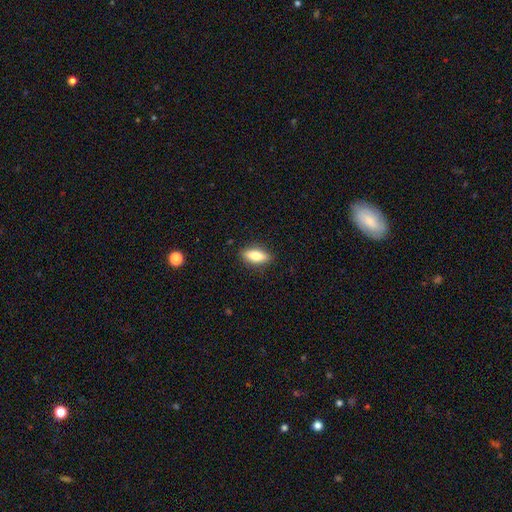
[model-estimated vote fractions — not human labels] smooth_or_featured: smooth (p=0.71) [alt: featured or disk p=0.22]
how_rounded: in between (p=0.70) [alt: cigar-shaped p=0.27]
merging: none (p=0.87) [alt: minor disturbance p=0.10]